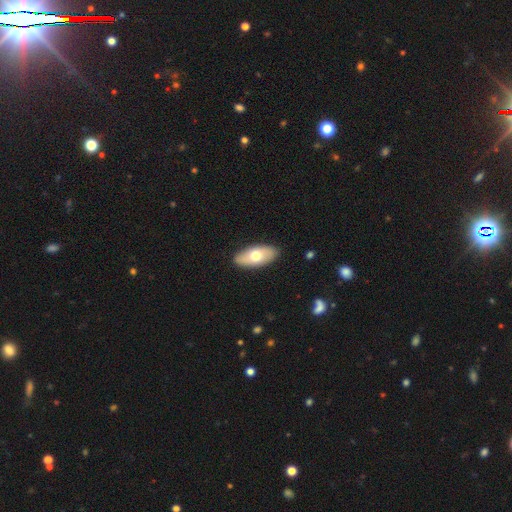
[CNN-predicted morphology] Overall: smooth (64%; featured or disk 30%). How rounded: in between (90%). Merging: none (88%).